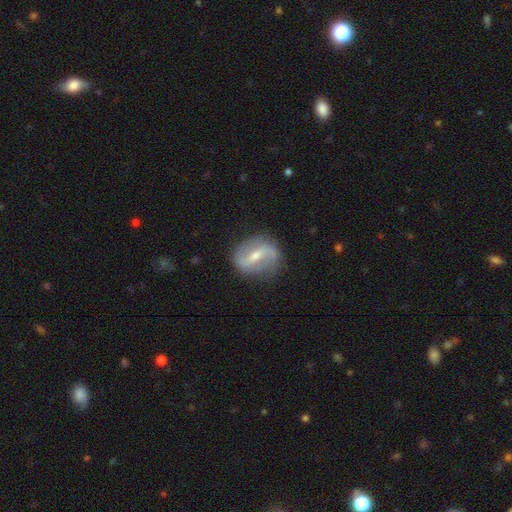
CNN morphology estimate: featured or disk 79%, smooth 15%, star or artifact 6%. Down the decision tree: edge-on disk — no (95%); bar — strong (49%); spiral arms — yes (85%); spiral arm count — 2 (86%); spiral winding — loose (48%); bulge size — moderate (52%); merging — none (79%).